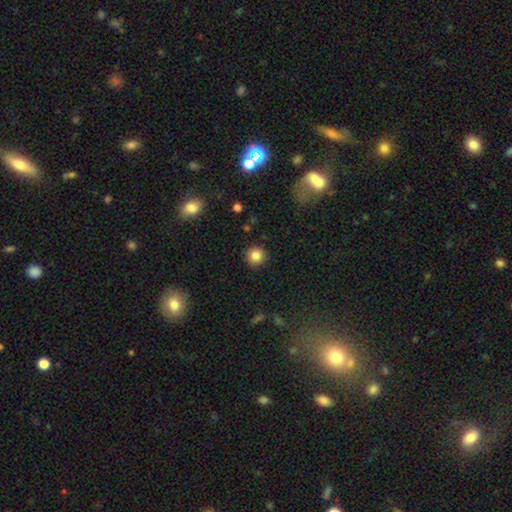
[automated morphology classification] Smooth or featured: smooth — 85% (star or artifact — 10%)
How rounded: round — 95% (in between — 4%)
Merging: none — 92% (minor disturbance — 5%)